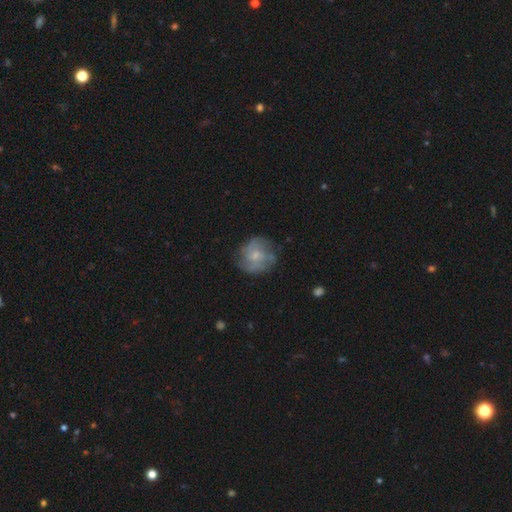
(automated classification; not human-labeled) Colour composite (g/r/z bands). It shows a featured or disk galaxy (58%) with no bar (68%), spiral arms (73%) and a small central bulge (61%). Merging: none (67%).